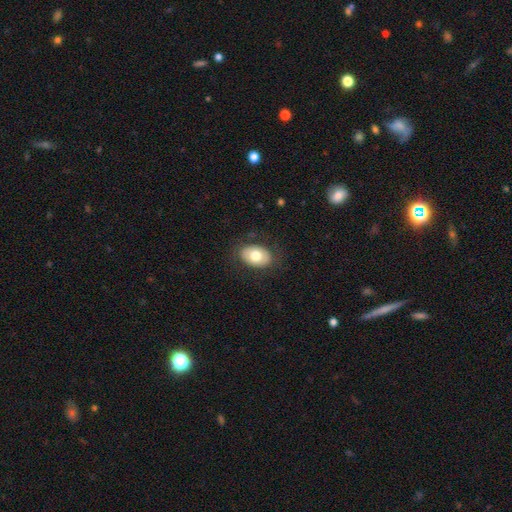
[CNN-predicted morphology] This appears to be a smooth galaxy with no disk features (73%) that is in between round and cigar-shaped (83%). Merging: none (82%).